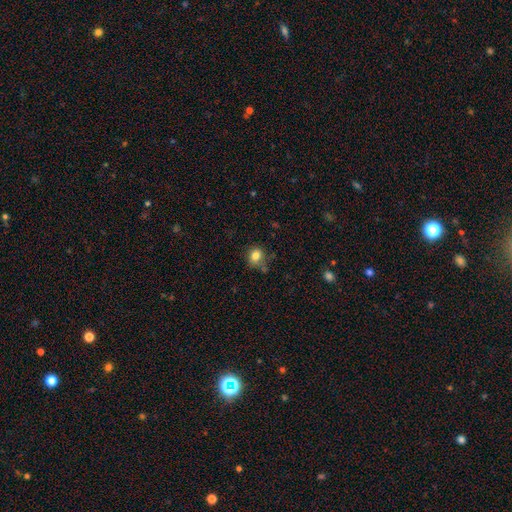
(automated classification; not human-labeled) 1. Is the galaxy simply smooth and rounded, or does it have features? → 81% smooth, 11% star or artifact, 7% featured or disk.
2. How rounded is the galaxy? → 73% round, 26% in between, 1% cigar-shaped.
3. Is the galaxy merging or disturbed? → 69% none, 20% minor disturbance, 6% merger, 5% major disturbance.